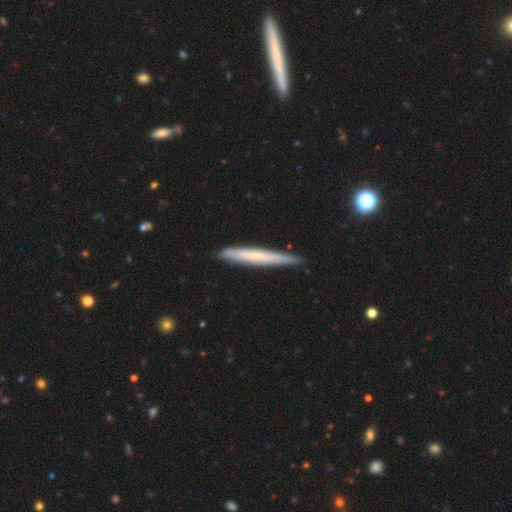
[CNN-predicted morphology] Q: Smooth or featured?
A: smooth (52%); runner-up: featured or disk (43%)
Q: How rounded?
A: cigar-shaped (96%); runner-up: in between (2%)
Q: Merging?
A: none (85%); runner-up: minor disturbance (12%)